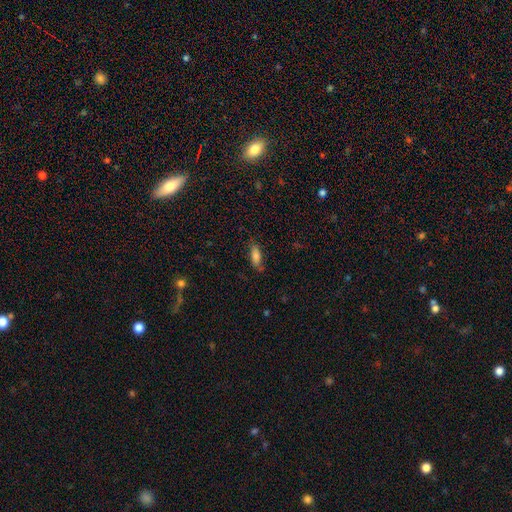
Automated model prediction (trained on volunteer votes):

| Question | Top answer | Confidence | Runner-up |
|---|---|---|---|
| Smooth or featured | smooth | 80% | featured or disk (12%) |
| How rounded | in between | 72% | cigar-shaped (25%) |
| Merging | none | 76% | minor disturbance (18%) |